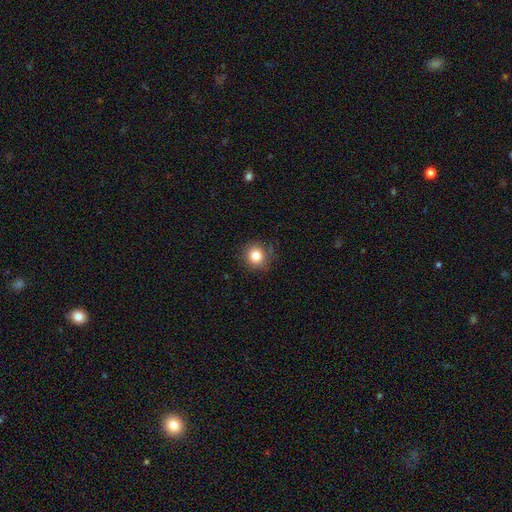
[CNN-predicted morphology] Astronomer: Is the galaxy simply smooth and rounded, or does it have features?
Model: smooth — 82%.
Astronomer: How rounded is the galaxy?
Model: round — 90%.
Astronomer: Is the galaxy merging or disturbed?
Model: none — 84%.